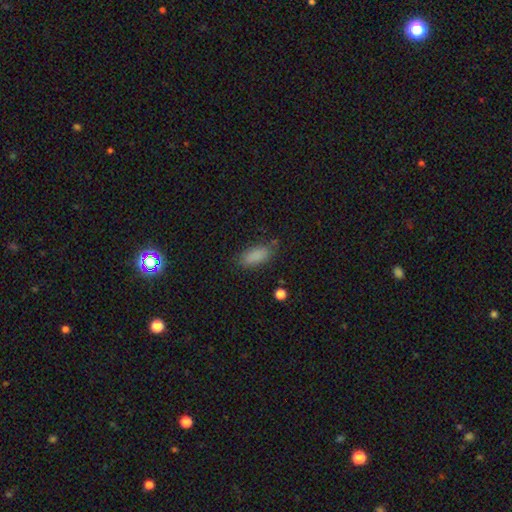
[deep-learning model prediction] Smooth or featured?
  - smooth: 86% *
  - star or artifact: 9%
  - featured or disk: 5%
How rounded?
  - in between: 83% *
  - cigar-shaped: 15%
  - round: 3%
Merging?
  - none: 78% *
  - minor disturbance: 16%
  - major disturbance: 4%
  - merger: 2%